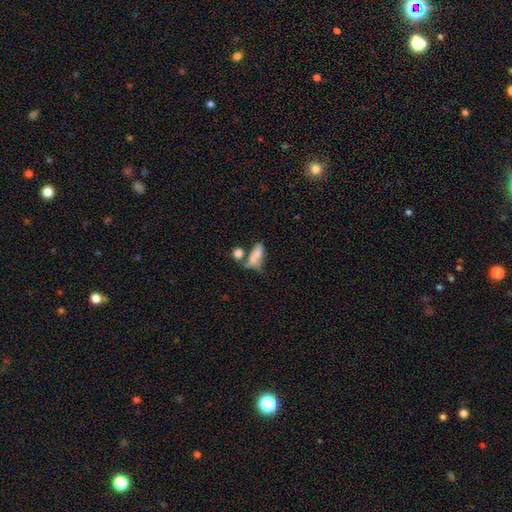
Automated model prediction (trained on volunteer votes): The model was most divided on "merging": merger: 47%, none: 24%, minor disturbance: 15%, major disturbance: 14%. More confident: how rounded — in between (82%); smooth or featured — smooth (71%).